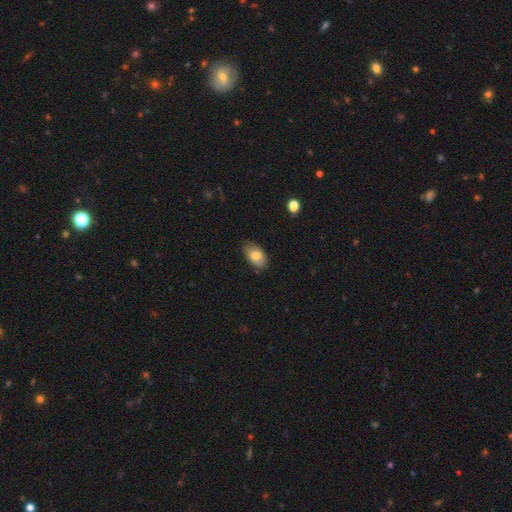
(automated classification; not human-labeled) A smooth galaxy with no disk features (77%) that is in between round and cigar-shaped (92%). Merging: none (75%).